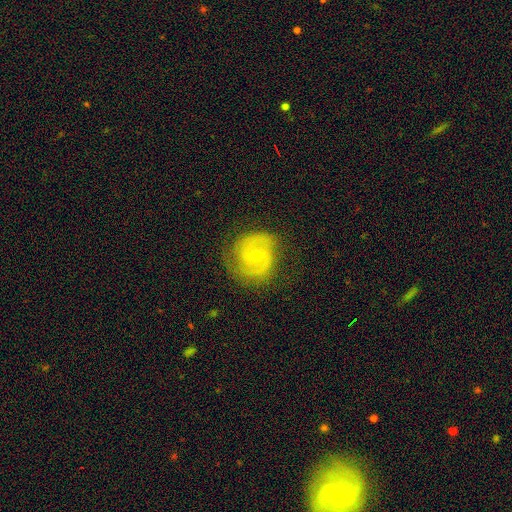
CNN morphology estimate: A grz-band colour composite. It shows a featured or disk galaxy (76%) with no bar (45%), 2 (74%) tight (43%, tied with medium) spiral arms (89%) and a small central bulge (59%). Merging: none (72%).